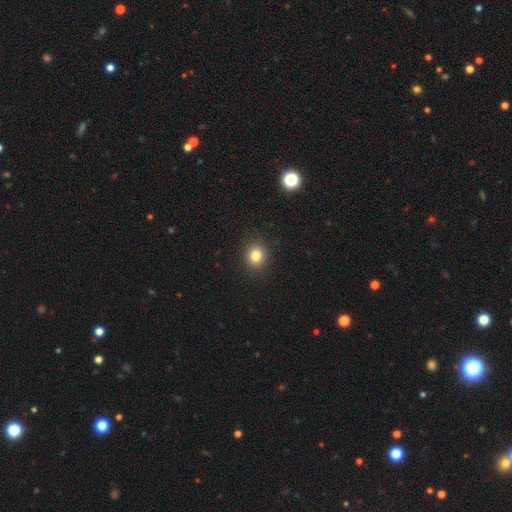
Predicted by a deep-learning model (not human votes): Morphology: type=smooth (82%); roundness=round (73%); merging=none (90%).